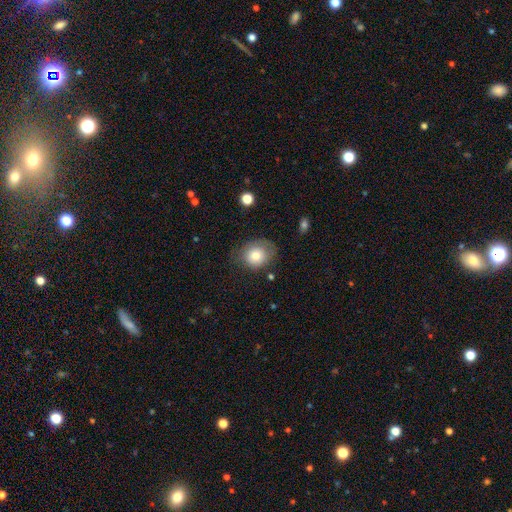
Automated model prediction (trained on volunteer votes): Overall: smooth (77%). How rounded: round (62%; in between 37%). Merging: none (61%; minor disturbance 26%).